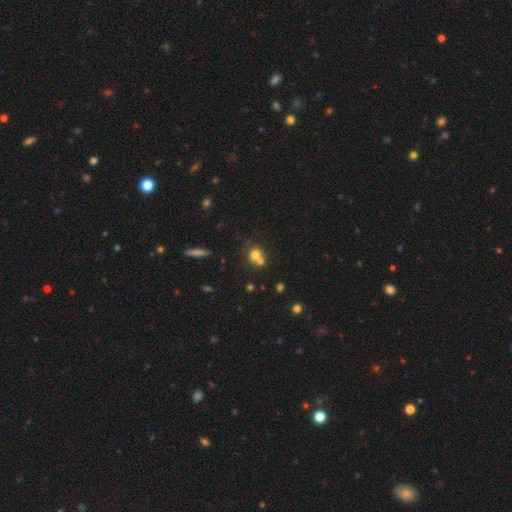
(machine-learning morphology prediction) Overall: smooth (72%). How rounded: round (78%). Merging: merger (51%; none 38%).